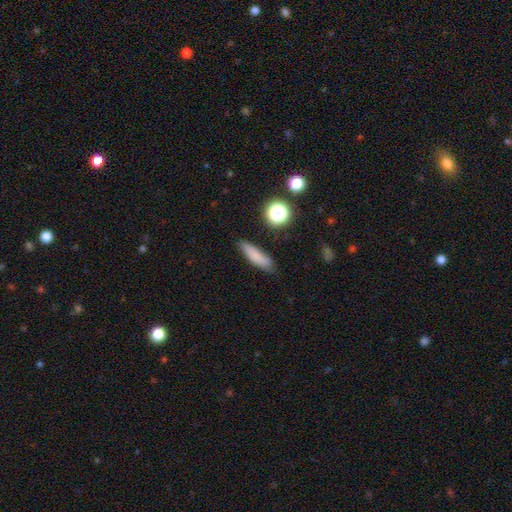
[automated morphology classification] Smooth or featured: smooth — 80% (star or artifact — 10%)
How rounded: cigar-shaped — 66% (in between — 31%)
Merging: none — 81% (minor disturbance — 14%)